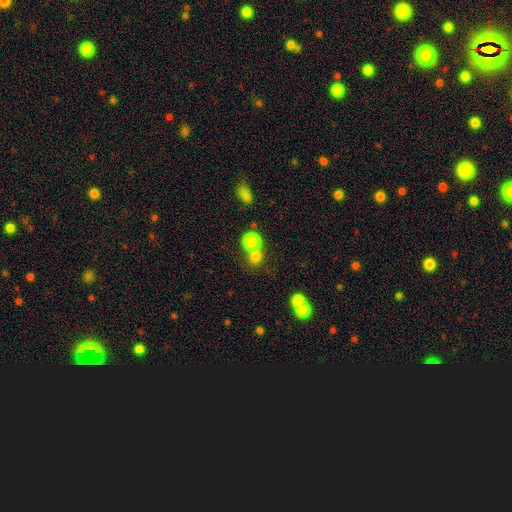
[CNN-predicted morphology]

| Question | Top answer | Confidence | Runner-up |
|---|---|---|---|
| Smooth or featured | smooth | 79% | star or artifact (13%) |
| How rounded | round | 87% | in between (11%) |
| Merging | none | 49% | merger (42%) |